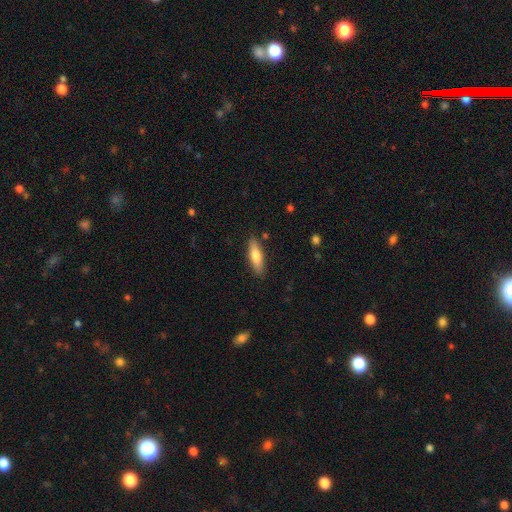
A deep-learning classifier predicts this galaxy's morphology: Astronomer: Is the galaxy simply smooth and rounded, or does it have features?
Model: smooth — 72%.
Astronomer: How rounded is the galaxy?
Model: cigar-shaped — 58% (runner-up: in between, 40%).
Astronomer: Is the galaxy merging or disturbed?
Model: none — 86%.